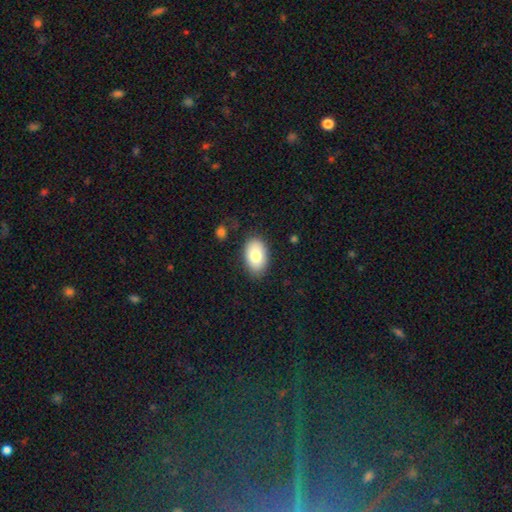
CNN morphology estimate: A smooth galaxy with no disk features (78%) that is in between round and cigar-shaped (90%).

Vote fractions:
- Smooth or featured? smooth: 78% / featured or disk: 15% / star or artifact: 7%
- How rounded? in between: 90% / round: 9% / cigar-shaped: 1%
- Merging? none: 83% / minor disturbance: 12% / major disturbance: 3% / merger: 2%